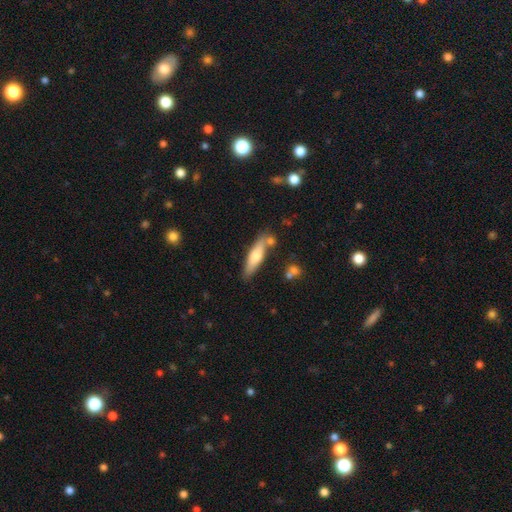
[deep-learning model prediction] Smooth or featured? Predicted: smooth (p=0.60). How rounded? Predicted: cigar-shaped (p=0.68). Merging? Predicted: none (p=0.74).